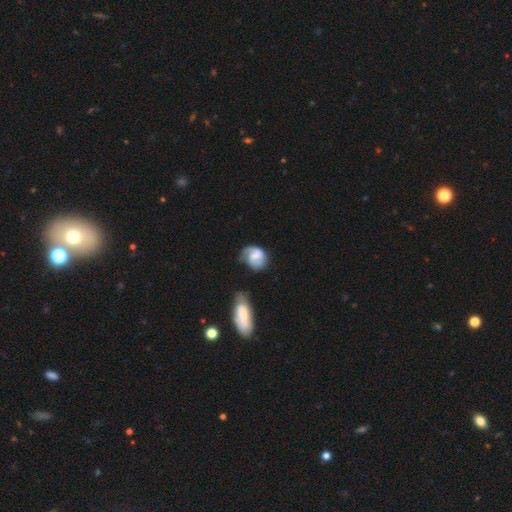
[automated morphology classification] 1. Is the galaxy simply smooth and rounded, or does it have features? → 59% featured or disk, 34% smooth, 6% star or artifact.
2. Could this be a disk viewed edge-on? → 97% no, 3% yes.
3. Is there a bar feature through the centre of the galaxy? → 46% weak, 40% no, 15% strong.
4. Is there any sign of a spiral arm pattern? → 86% yes, 14% no.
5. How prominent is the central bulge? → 34% small, 29% none, 29% moderate, 7% large, 2% dominant.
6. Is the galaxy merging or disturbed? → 51% none, 27% minor disturbance, 15% major disturbance, 7% merger.